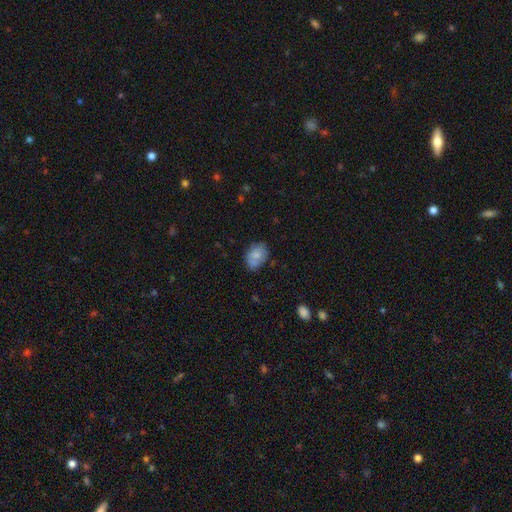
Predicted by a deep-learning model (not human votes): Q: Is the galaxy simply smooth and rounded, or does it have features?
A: smooth — 72%.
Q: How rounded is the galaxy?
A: in between — 75%.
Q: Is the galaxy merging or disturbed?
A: none — 60%.